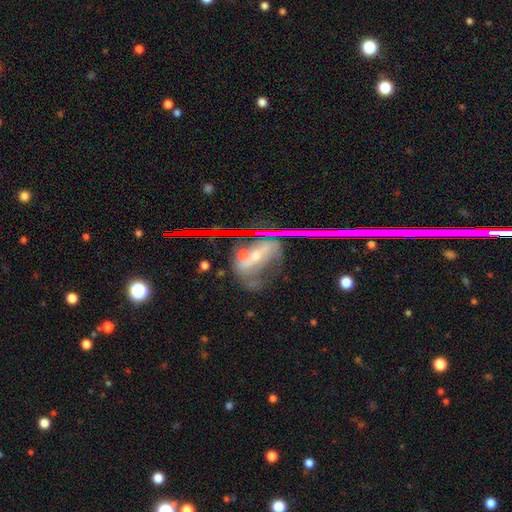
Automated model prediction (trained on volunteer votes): This appears to be a featured or disk galaxy (61%) with no bar (50%), spiral arms (59%) and a small central bulge (60%). Merging: none (37%).